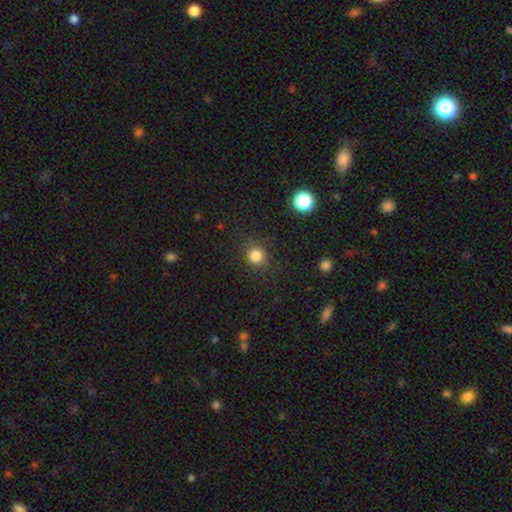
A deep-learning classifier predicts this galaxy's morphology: type=smooth (81%); roundness=round (86%); merging=none (83%).